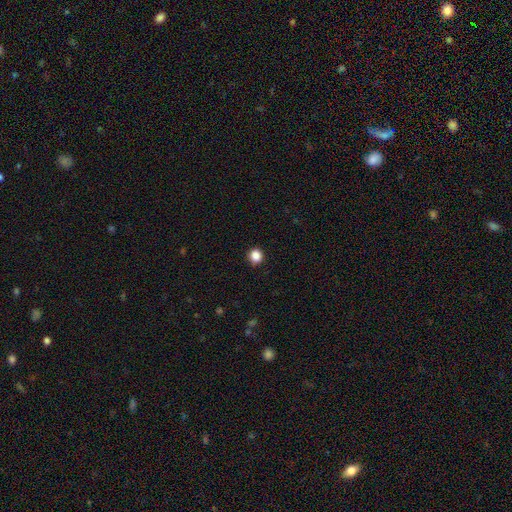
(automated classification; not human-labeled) This is clearly a smooth galaxy (87%). How rounded: clearly round (90%). Merging: clearly none (92%).